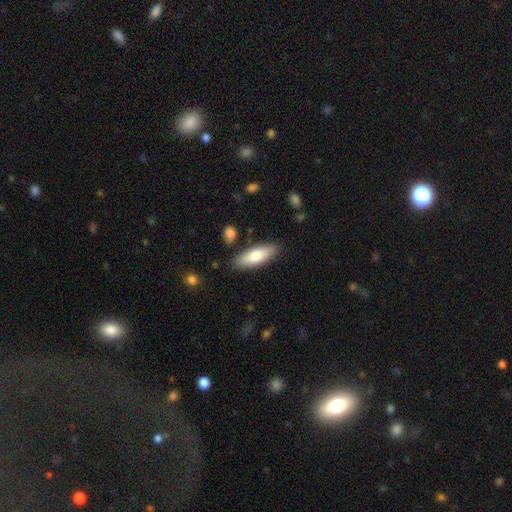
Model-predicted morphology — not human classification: Smooth or featured? smooth (75%)
How rounded? in between (61%)
Merging? none (84%)